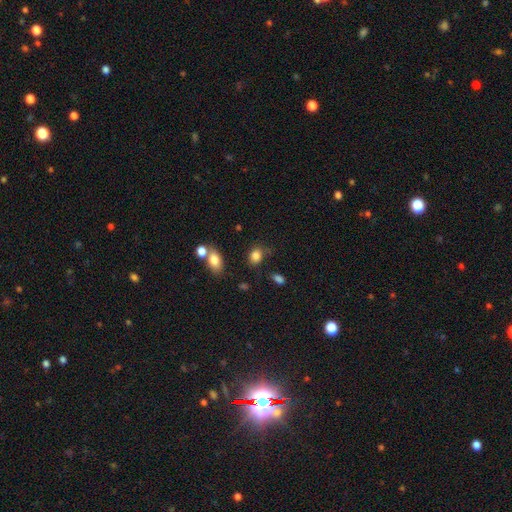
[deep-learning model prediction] smooth-or-featured: smooth: 83% | star or artifact: 11% | featured or disk: 6%
  how-rounded: round: 50% | in between: 49% | cigar-shaped: 1%
  merging: none: 61% | minor disturbance: 22% | major disturbance: 9% | merger: 8%